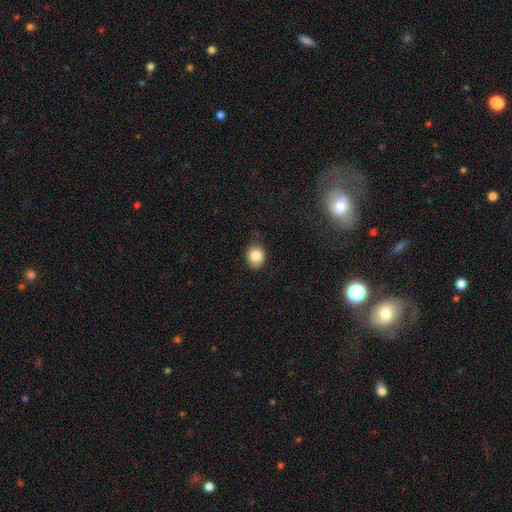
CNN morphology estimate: smooth 84%, star or artifact 9%, featured or disk 6%. Down the decision tree: how rounded — round (61%); merging — none (80%).